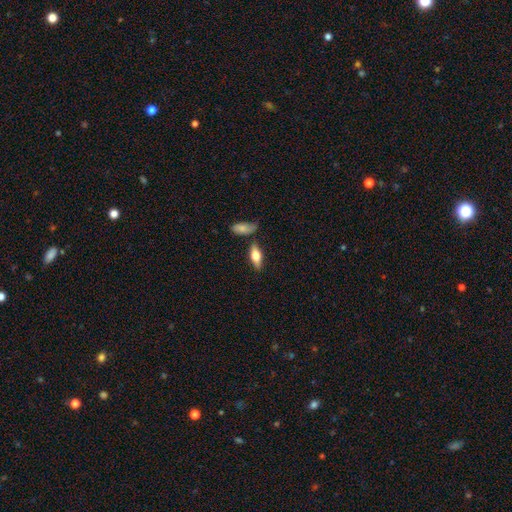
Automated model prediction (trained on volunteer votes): Smooth or featured? Predicted: smooth (p=0.58). How rounded? Predicted: in between (p=0.70). Merging? Predicted: none (p=0.74).